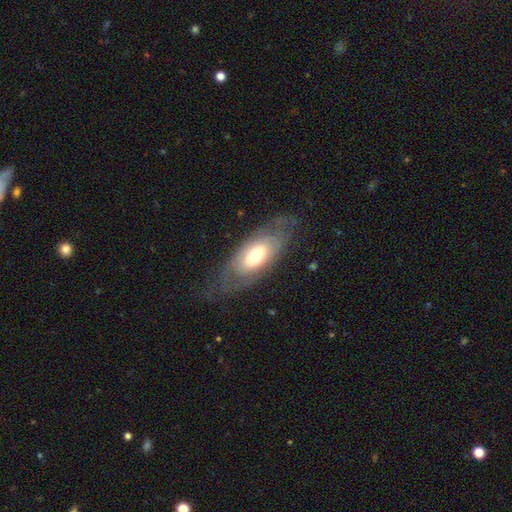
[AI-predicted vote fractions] smooth_or_featured: featured or disk (p=0.52) [alt: smooth p=0.42]
disk_edge_on: no (p=0.83) [alt: yes p=0.17]
merging: none (p=0.67) [alt: minor disturbance p=0.19]